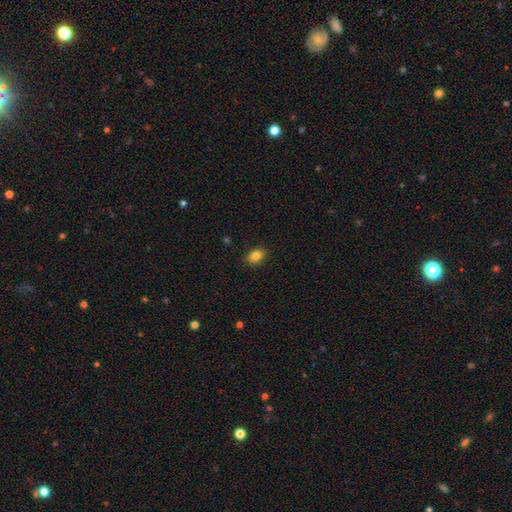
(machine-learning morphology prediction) smooth_or_featured: smooth (p=0.85) [alt: star or artifact p=0.09]
how_rounded: in between (p=0.77) [alt: round p=0.22]
merging: none (p=0.89) [alt: minor disturbance p=0.08]